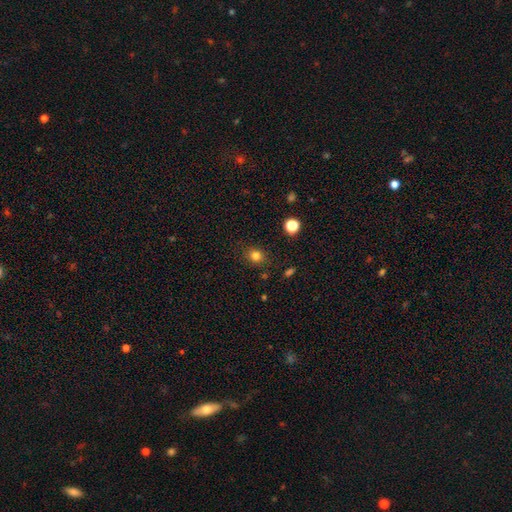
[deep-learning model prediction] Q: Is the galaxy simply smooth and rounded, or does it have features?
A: smooth — 81%.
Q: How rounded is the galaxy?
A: round — 77%.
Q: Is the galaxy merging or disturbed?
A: none — 86%.